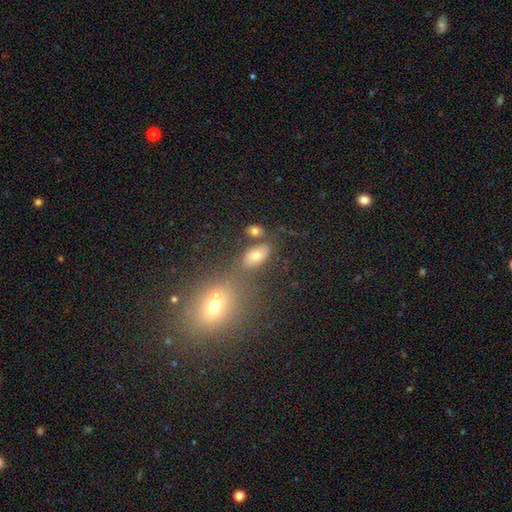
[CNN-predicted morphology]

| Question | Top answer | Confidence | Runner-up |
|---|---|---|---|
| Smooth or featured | smooth | 64% | featured or disk (18%) |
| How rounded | in between | 86% | round (10%) |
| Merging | none | 62% | merger (17%) |